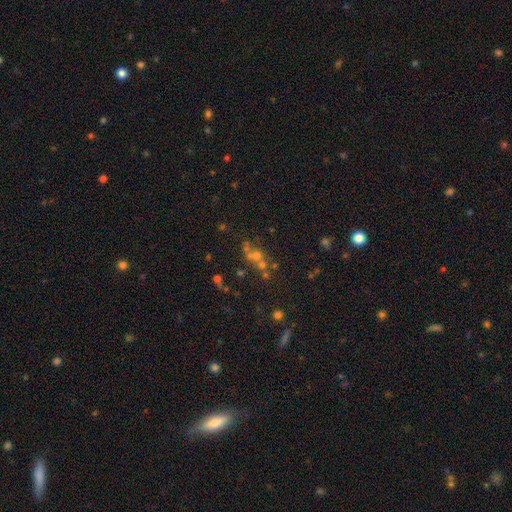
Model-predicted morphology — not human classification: type=smooth (40%); merging=none (42%).